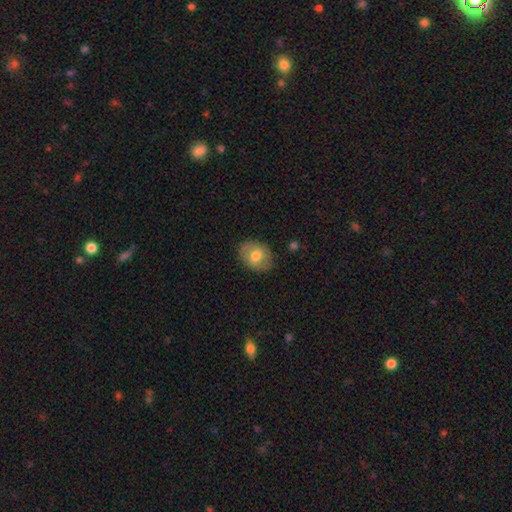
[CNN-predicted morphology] smooth_or_featured: smooth (p=0.69) [alt: featured or disk p=0.24]
how_rounded: in between (p=0.53) [alt: round p=0.46]
merging: none (p=0.83) [alt: minor disturbance p=0.13]